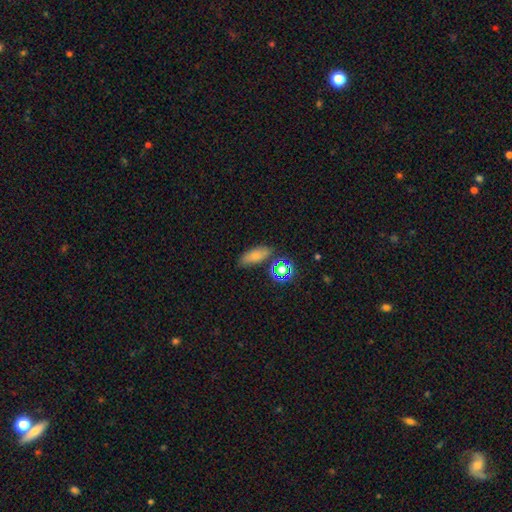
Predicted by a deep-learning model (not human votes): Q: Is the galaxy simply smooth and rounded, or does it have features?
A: smooth — 74%.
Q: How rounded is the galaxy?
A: in between — 73%.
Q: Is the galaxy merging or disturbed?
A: none — 76%.